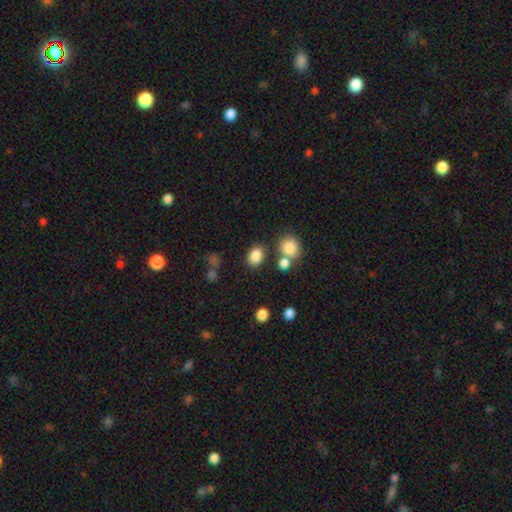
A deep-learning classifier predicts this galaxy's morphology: smooth-or-featured: smooth: 84% | star or artifact: 11% | featured or disk: 5%
  how-rounded: in between: 62% | round: 37% | cigar-shaped: 1%
  merging: none: 74% | merger: 12% | minor disturbance: 11% | major disturbance: 4%